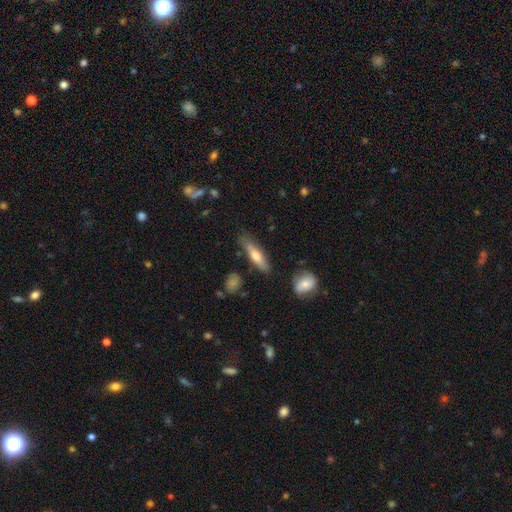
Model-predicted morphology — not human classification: This appears to be a smooth galaxy with no disk features (65%) that is cigar-shaped (69%). Merging: none (75%).